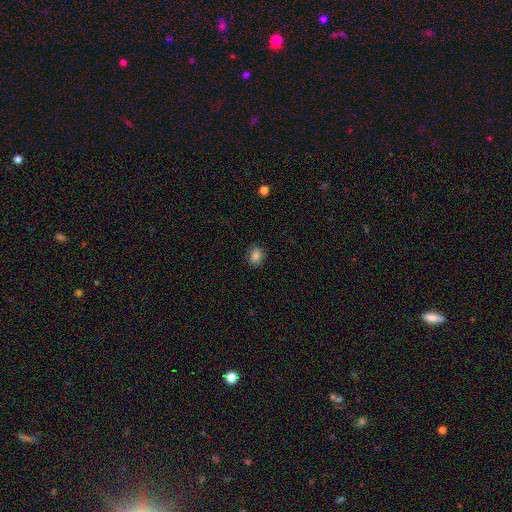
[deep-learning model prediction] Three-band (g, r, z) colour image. It shows a smooth galaxy with no disk features (83%) that is round (51%). Merging: none (86%).